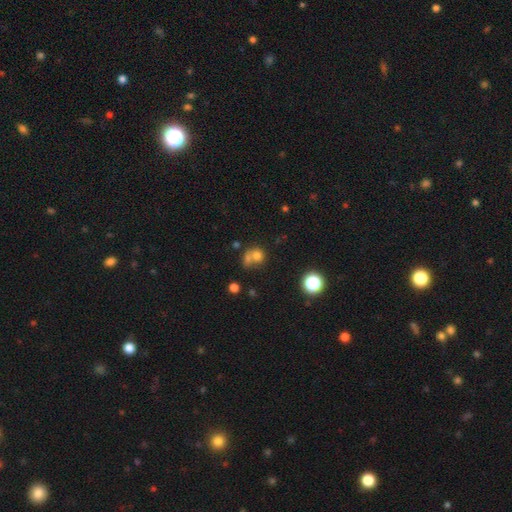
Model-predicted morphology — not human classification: smooth 71%, star or artifact 15%, featured or disk 14%. Down the decision tree: how rounded — round (75%); merging — merger (49%).